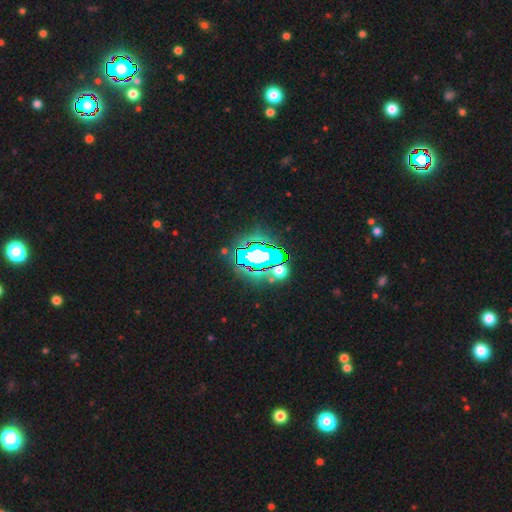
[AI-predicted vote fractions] Overall: star or artifact (73%).